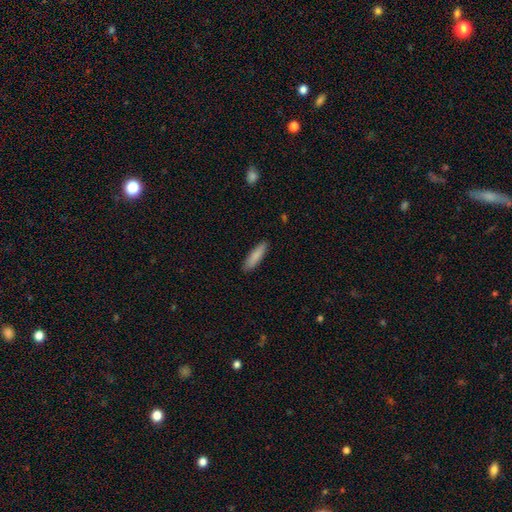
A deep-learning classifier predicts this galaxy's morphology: Smooth or featured: smooth — 86% (featured or disk — 9%)
How rounded: cigar-shaped — 70% (in between — 29%)
Merging: none — 88% (minor disturbance — 9%)